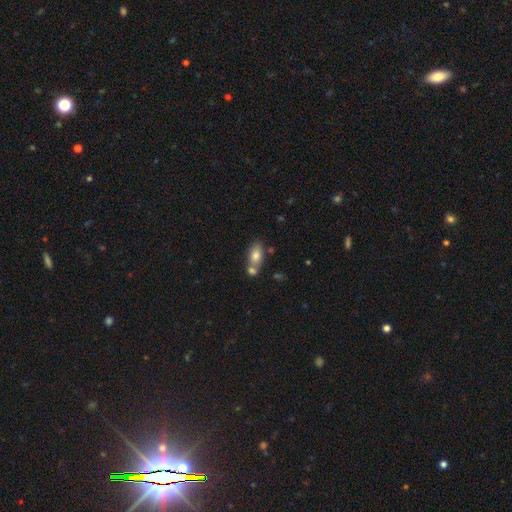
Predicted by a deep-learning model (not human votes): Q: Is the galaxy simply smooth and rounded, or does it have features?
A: smooth — 78%.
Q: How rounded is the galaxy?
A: in between — 86%.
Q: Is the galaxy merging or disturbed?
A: none — 45%.